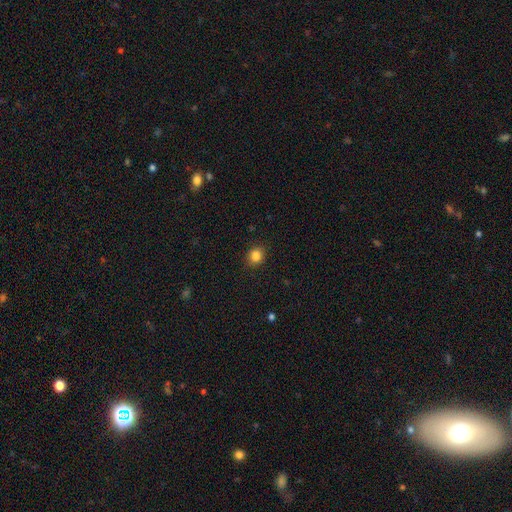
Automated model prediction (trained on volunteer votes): This appears to be a smooth galaxy with no disk features (85%) that is round (73%). Merging: none (89%).